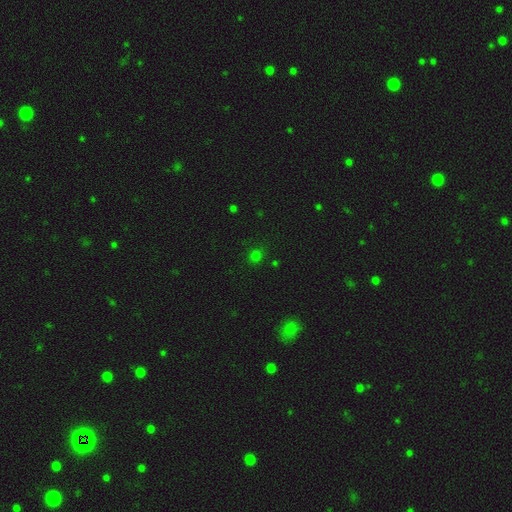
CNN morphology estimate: A smooth galaxy with no disk features (70%) that is round (82%).

Vote fractions:
- Smooth or featured? smooth: 70% / star or artifact: 26% / featured or disk: 4%
- How rounded? round: 82% / in between: 17% / cigar-shaped: 1%
- Merging? none: 86% / minor disturbance: 9% / major disturbance: 3% / merger: 2%